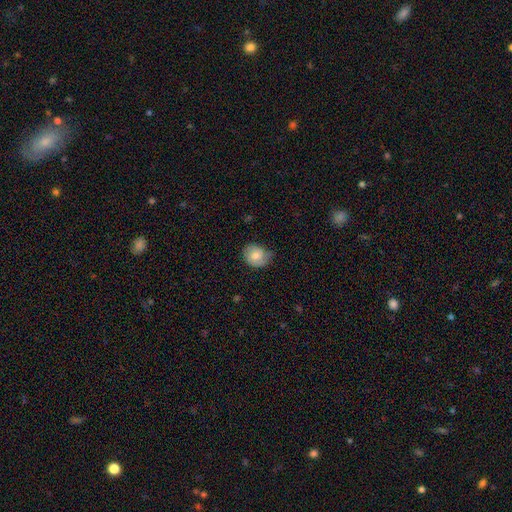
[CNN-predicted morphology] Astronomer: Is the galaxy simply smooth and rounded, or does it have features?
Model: smooth — 59%.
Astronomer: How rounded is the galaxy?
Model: round — 70%.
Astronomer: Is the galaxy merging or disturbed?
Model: none — 63%.